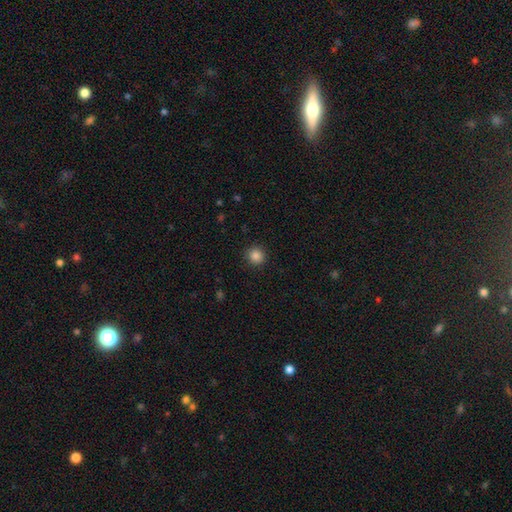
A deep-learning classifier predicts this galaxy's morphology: smooth-or-featured: smooth: 85% | star or artifact: 11% | featured or disk: 3%
  how-rounded: round: 93% | in between: 6% | cigar-shaped: 1%
  merging: none: 91% | minor disturbance: 6% | major disturbance: 2% | merger: 1%